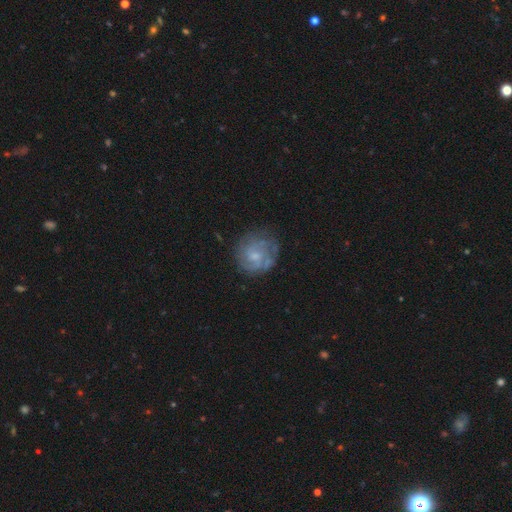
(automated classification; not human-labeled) Smooth or featured? Predicted: featured or disk (p=0.70). Edge-on disk? Predicted: no (p=0.98). Bar? Predicted: no (p=0.61). Spiral arms? Predicted: yes (p=0.84). Spiral winding? Predicted: tight (p=0.55). Spiral arm count? Predicted: can't tell (p=0.40). Bulge size? Predicted: small (p=0.43). Merging? Predicted: none (p=0.70).